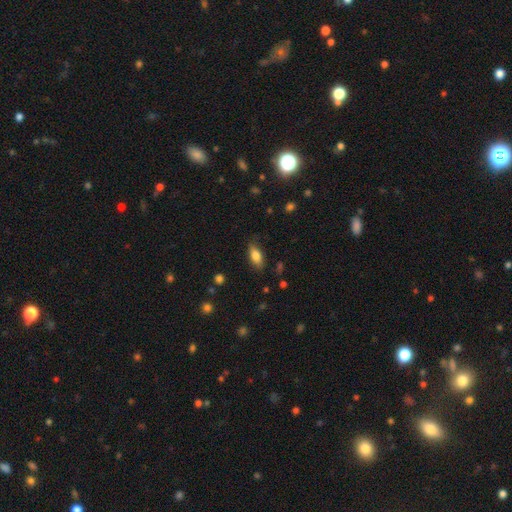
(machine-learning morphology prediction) Overall: smooth (79%). How rounded: in between (82%). Merging: none (80%).